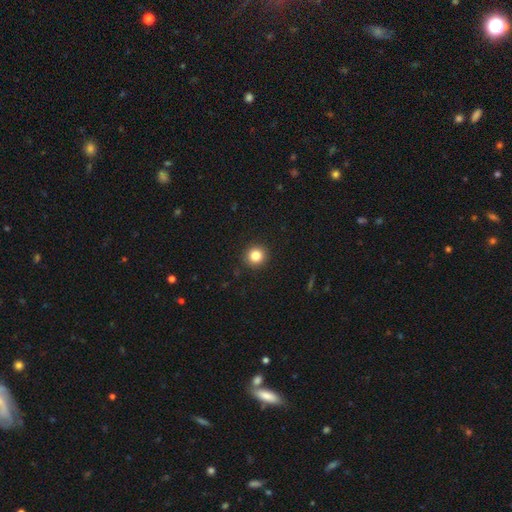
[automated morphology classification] Q: Smooth or featured?
A: smooth (83%); runner-up: star or artifact (11%)
Q: How rounded?
A: round (93%); runner-up: in between (6%)
Q: Merging?
A: none (92%); runner-up: minor disturbance (5%)